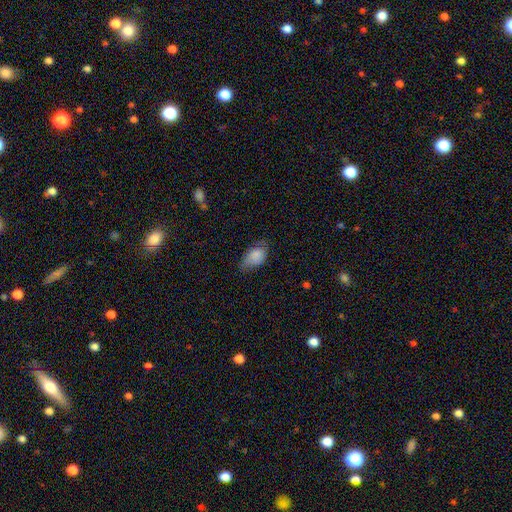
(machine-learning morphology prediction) smooth-or-featured: smooth: 82% | featured or disk: 10% | star or artifact: 8%
  how-rounded: in between: 89% | round: 9% | cigar-shaped: 2%
  merging: none: 49% | minor disturbance: 36% | major disturbance: 13% | merger: 2%